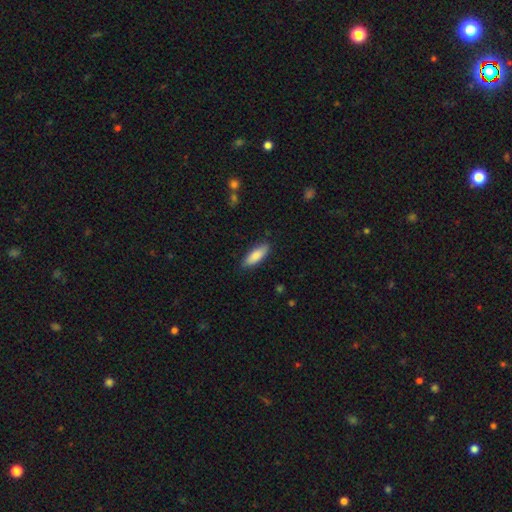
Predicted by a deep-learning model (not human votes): This appears to be a smooth galaxy with no disk features (84%) that is in between round and cigar-shaped (60%). Merging: none (85%).